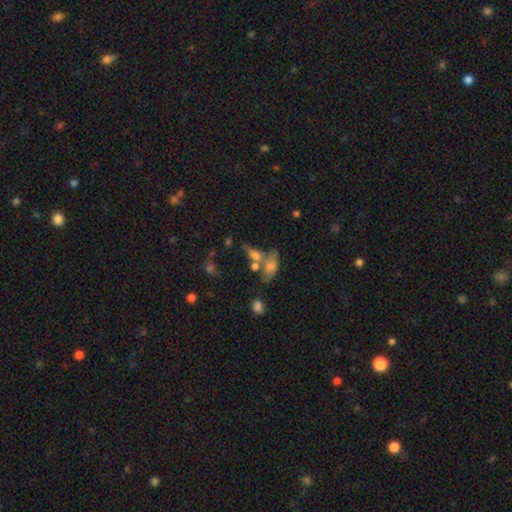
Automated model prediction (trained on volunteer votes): Smooth or featured?
  - smooth: 55% *
  - featured or disk: 31%
  - star or artifact: 14%
How rounded?
  - in between: 63% *
  - cigar-shaped: 21%
  - round: 16%
Merging?
  - none: 40% *
  - merger: 37%
  - minor disturbance: 14%
  - major disturbance: 9%